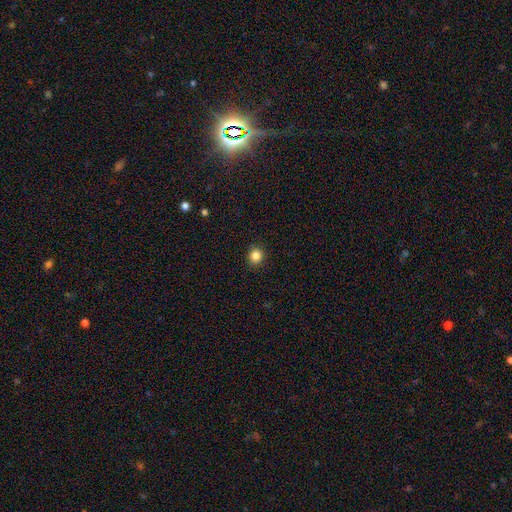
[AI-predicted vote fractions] smooth_or_featured: smooth (p=0.84) [alt: star or artifact p=0.11]
how_rounded: round (p=0.88) [alt: in between p=0.12]
merging: none (p=0.92) [alt: minor disturbance p=0.05]